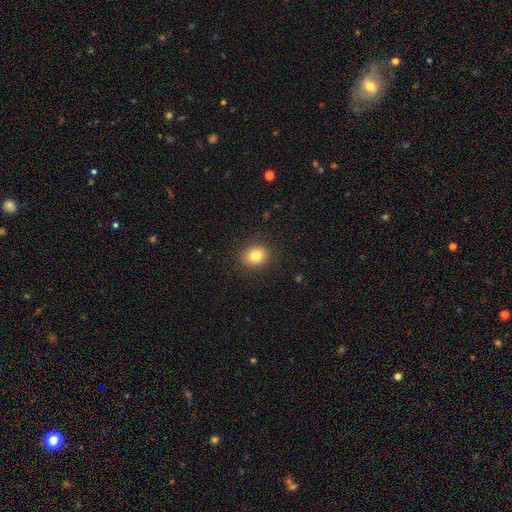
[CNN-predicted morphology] A smooth galaxy with no disk features (82%) that is round (69%).

Vote fractions:
- Smooth or featured? smooth: 82% / star or artifact: 10% / featured or disk: 8%
- How rounded? round: 69% / in between: 30% / cigar-shaped: 1%
- Merging? none: 89% / minor disturbance: 8% / major disturbance: 3% / merger: 1%